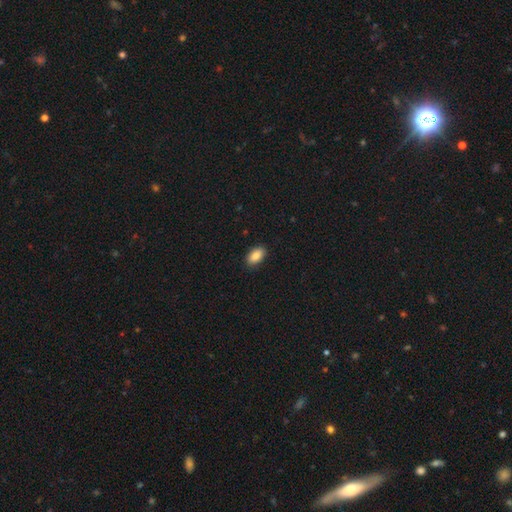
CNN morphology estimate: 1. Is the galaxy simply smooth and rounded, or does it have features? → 87% smooth, 7% star or artifact, 6% featured or disk.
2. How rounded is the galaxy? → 92% in between, 4% round, 3% cigar-shaped.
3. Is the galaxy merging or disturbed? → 88% none, 9% minor disturbance, 2% major disturbance, 1% merger.